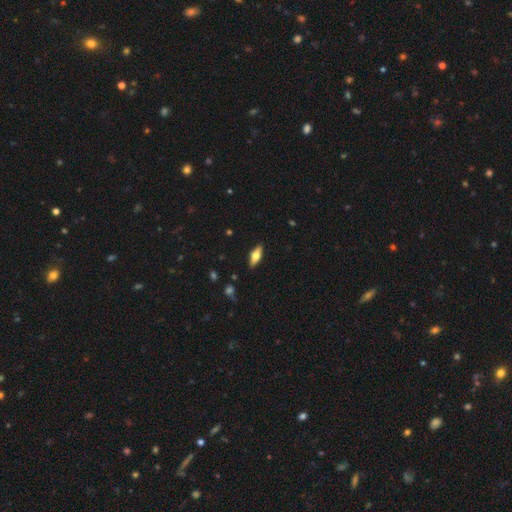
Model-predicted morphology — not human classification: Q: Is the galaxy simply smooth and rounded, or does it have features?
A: smooth — 50%.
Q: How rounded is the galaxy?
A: in between — 67%.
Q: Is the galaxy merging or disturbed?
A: none — 88%.